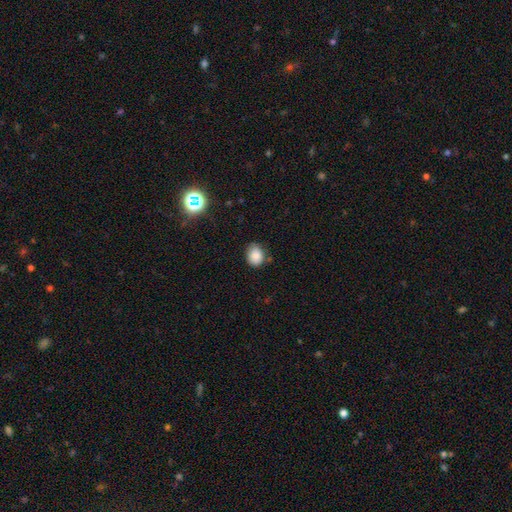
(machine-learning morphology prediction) Smooth or featured? smooth (84%)
How rounded? round (51%)
Merging? none (75%)